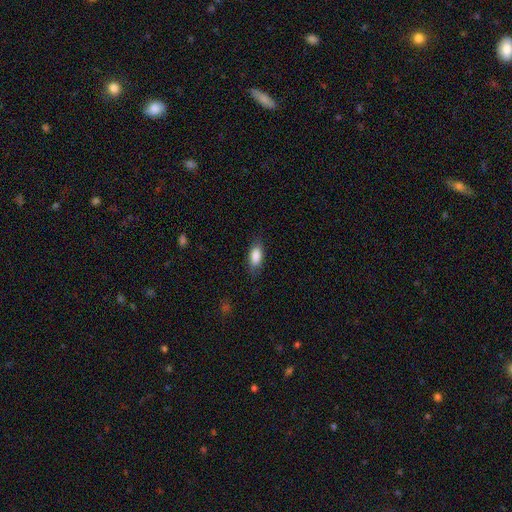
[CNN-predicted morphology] Smooth or featured: smooth — 85% (featured or disk — 8%)
How rounded: in between — 83% (cigar-shaped — 14%)
Merging: none — 80% (minor disturbance — 15%)